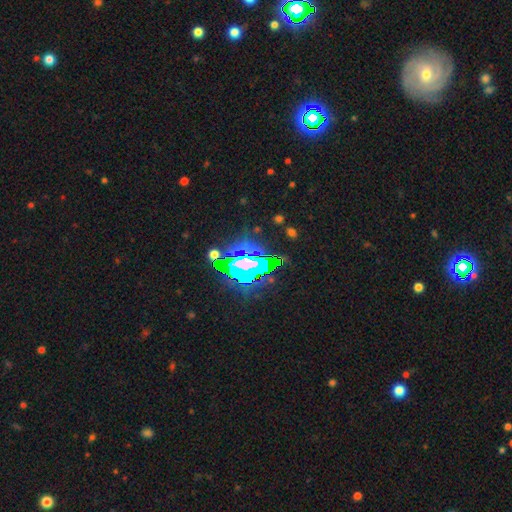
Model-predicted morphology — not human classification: smooth-or-featured: star or artifact: 64% | featured or disk: 22% | smooth: 14%